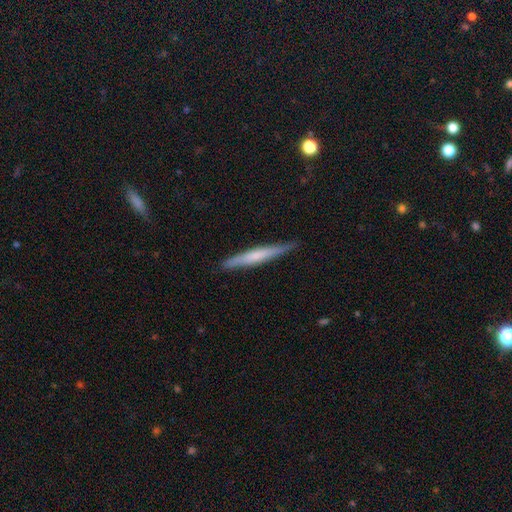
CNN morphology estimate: smooth 48%, featured or disk 47%, star or artifact 5%. Down the decision tree: merging — none (87%).